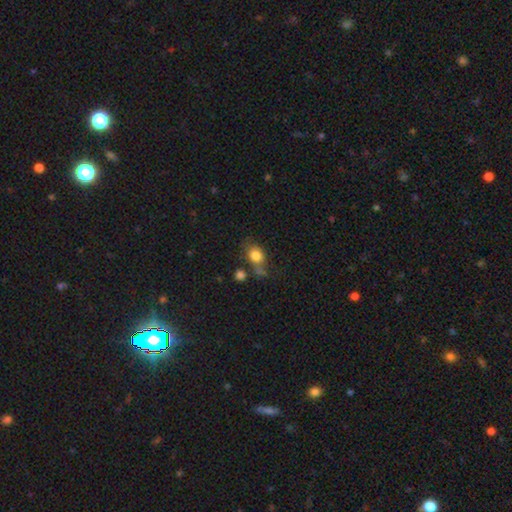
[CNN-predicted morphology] Smooth or featured? Predicted: smooth (p=0.81). How rounded? Predicted: round (p=0.51). Merging? Predicted: none (p=0.51).